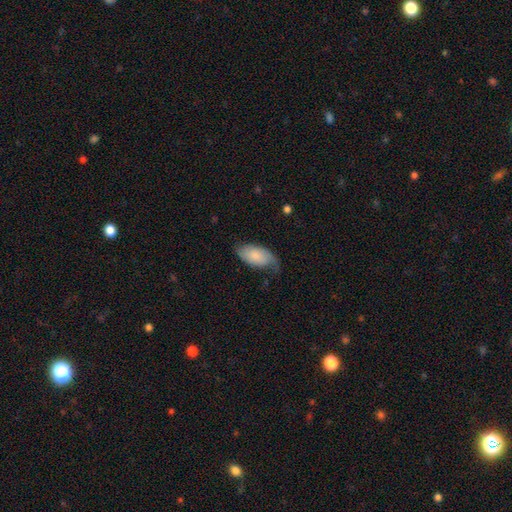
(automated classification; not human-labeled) This appears to be a smooth galaxy with no disk features (67%) that is in between round and cigar-shaped (94%). Merging: none (48%).